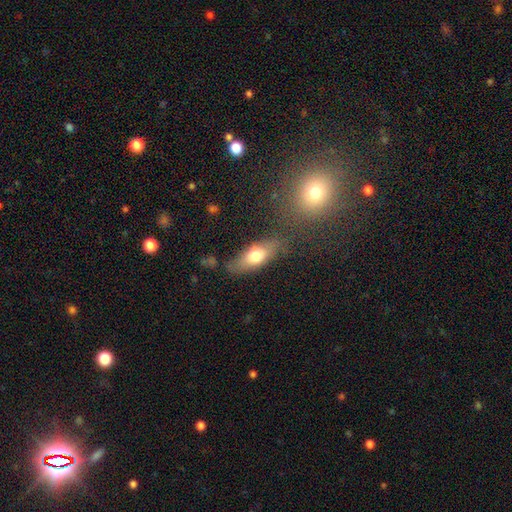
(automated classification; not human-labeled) Morphology: type=smooth (69%); roundness=in between (69%); merging=none (71%).